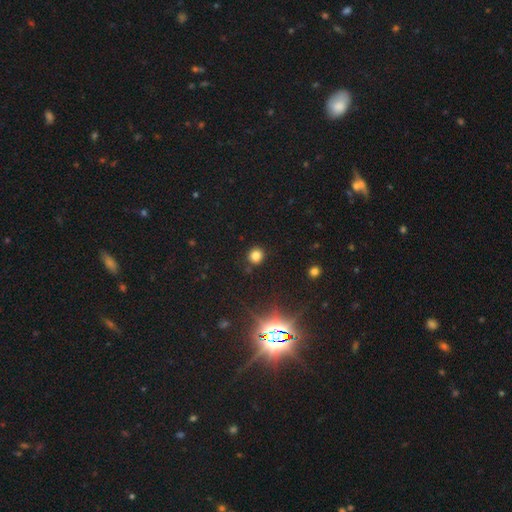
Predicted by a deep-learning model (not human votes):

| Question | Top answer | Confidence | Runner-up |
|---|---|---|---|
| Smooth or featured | smooth | 78% | star or artifact (17%) |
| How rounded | round | 87% | in between (12%) |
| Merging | none | 88% | minor disturbance (8%) |